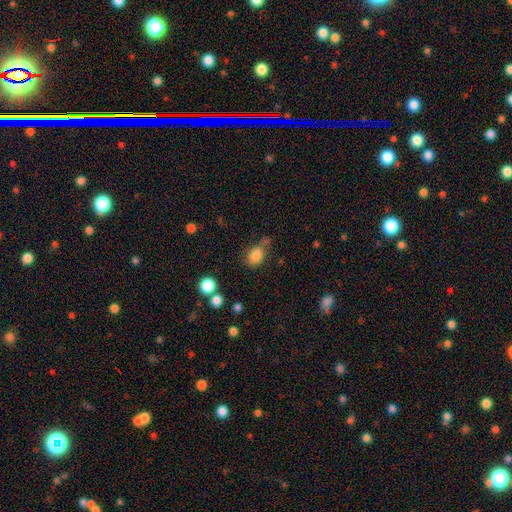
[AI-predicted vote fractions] Smooth or featured: smooth — 83% (star or artifact — 11%)
How rounded: in between — 57% (round — 41%)
Merging: none — 60% (minor disturbance — 22%)